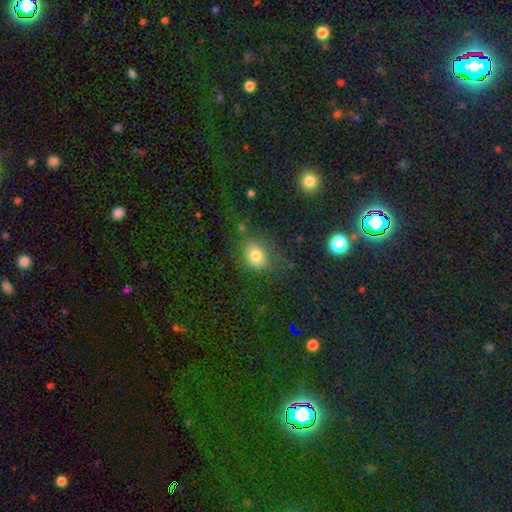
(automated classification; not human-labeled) Smooth or featured?
  - smooth: 78% *
  - star or artifact: 12%
  - featured or disk: 10%
How rounded?
  - in between: 54% *
  - round: 45%
  - cigar-shaped: 1%
Merging?
  - none: 66% *
  - minor disturbance: 22%
  - major disturbance: 9%
  - merger: 3%